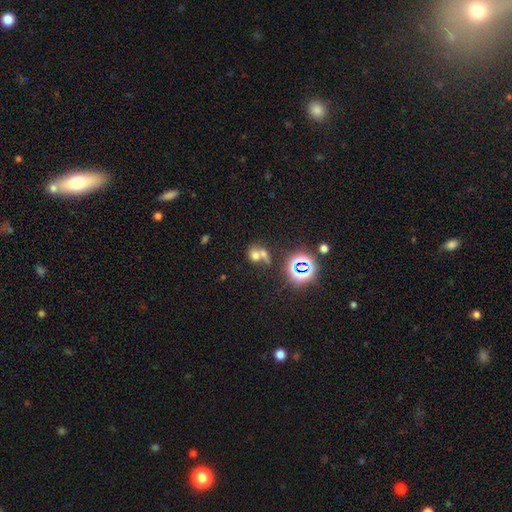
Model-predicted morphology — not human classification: Q: Smooth or featured?
A: smooth (57%); runner-up: star or artifact (25%)
Q: How rounded?
A: round (69%); runner-up: in between (30%)
Q: Merging?
A: merger (55%); runner-up: none (32%)